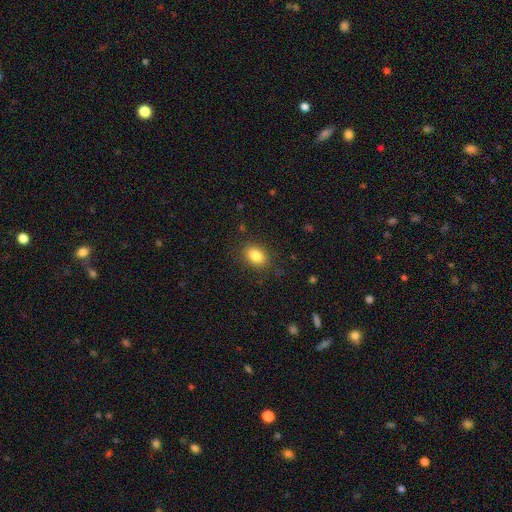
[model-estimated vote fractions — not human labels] Q: Smooth or featured?
A: smooth (85%); runner-up: star or artifact (9%)
Q: How rounded?
A: in between (82%); runner-up: round (17%)
Q: Merging?
A: none (86%); runner-up: minor disturbance (10%)